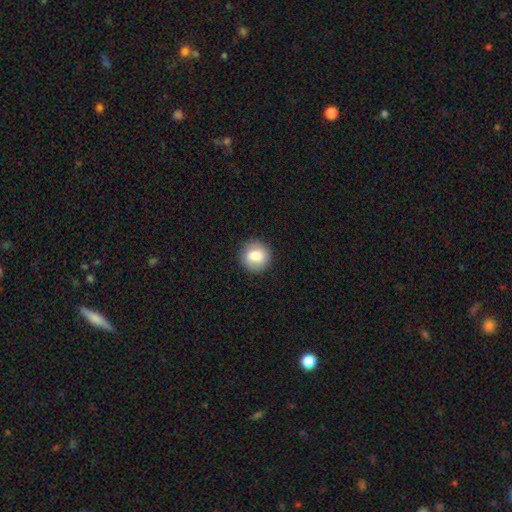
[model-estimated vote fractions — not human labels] smooth-or-featured: smooth: 80% | featured or disk: 11% | star or artifact: 8%
  how-rounded: round: 91% | in between: 8% | cigar-shaped: 1%
  merging: none: 89% | minor disturbance: 8% | major disturbance: 2% | merger: 1%